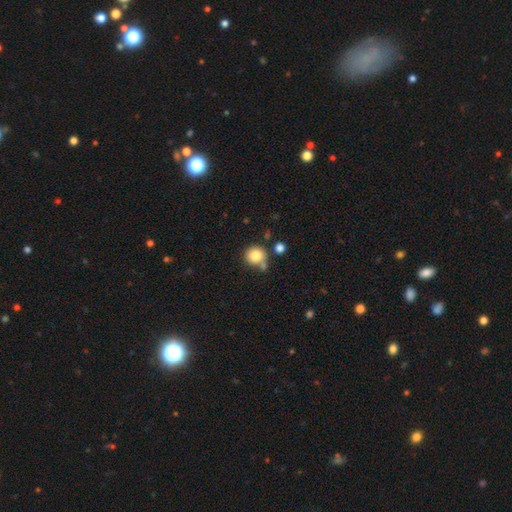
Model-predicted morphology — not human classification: Smooth or featured? Predicted: smooth (p=0.83). How rounded? Predicted: round (p=0.89). Merging? Predicted: none (p=0.61).